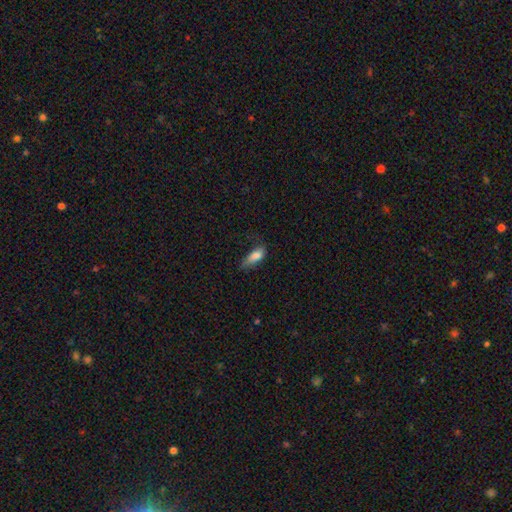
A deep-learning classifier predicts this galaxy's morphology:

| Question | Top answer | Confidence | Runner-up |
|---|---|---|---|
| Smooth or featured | smooth | 79% | featured or disk (13%) |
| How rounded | in between | 71% | cigar-shaped (26%) |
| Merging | none | 41% | minor disturbance (36%) |